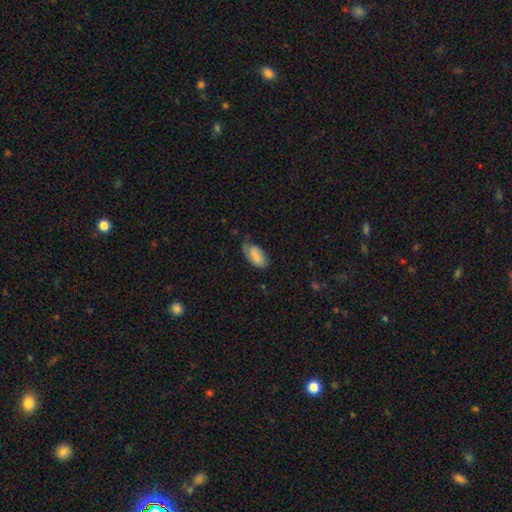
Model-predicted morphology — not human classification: Smooth or featured: smooth — 74% (featured or disk — 19%)
How rounded: in between — 93% (cigar-shaped — 4%)
Merging: none — 42% (minor disturbance — 39%)